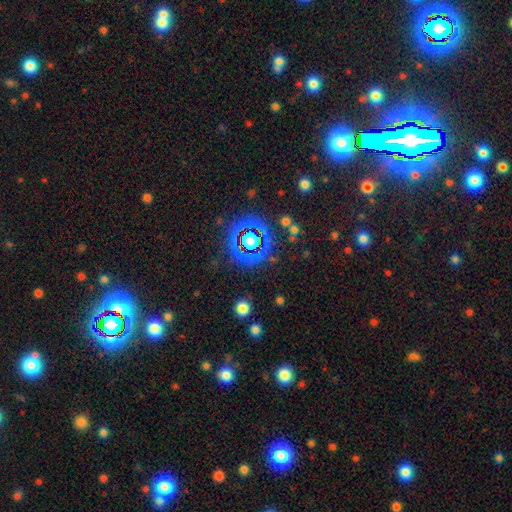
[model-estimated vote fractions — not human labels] smooth-or-featured: star or artifact: 76% | smooth: 14% | featured or disk: 10%